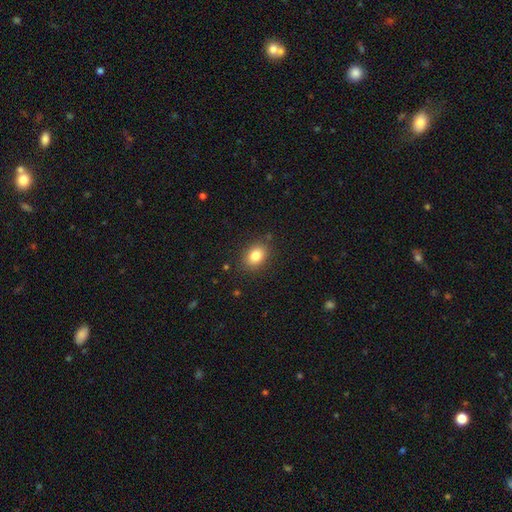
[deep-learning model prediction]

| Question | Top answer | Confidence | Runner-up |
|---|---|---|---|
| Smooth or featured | smooth | 82% | star or artifact (10%) |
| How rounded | in between | 69% | round (30%) |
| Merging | none | 85% | minor disturbance (11%) |